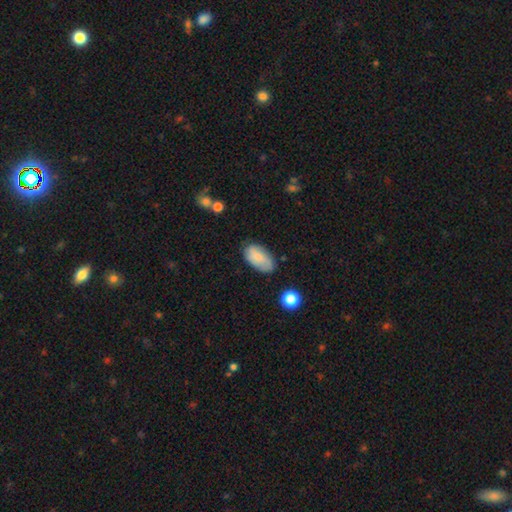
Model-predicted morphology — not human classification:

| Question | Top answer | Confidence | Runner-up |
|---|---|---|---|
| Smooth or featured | smooth | 78% | featured or disk (15%) |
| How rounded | in between | 94% | round (3%) |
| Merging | none | 72% | minor disturbance (22%) |